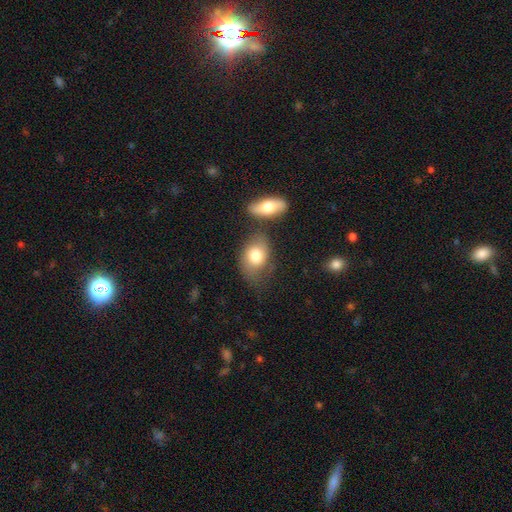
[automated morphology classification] A smooth galaxy with no disk features (74%) that is in between round and cigar-shaped (79%).

Vote fractions:
- Smooth or featured? smooth: 74% / featured or disk: 19% / star or artifact: 7%
- How rounded? in between: 79% / round: 19% / cigar-shaped: 2%
- Merging? none: 50% / minor disturbance: 21% / merger: 20% / major disturbance: 9%